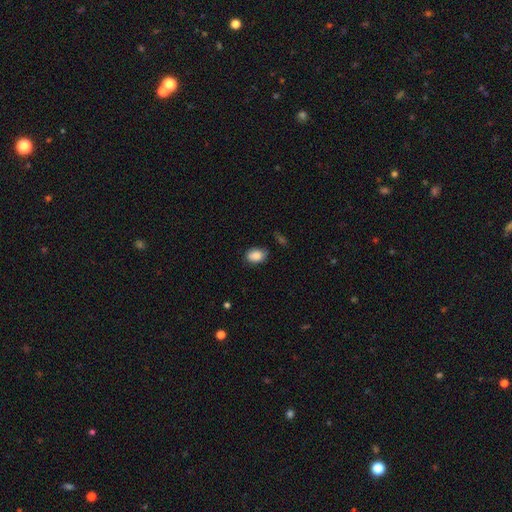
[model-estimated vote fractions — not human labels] The model was most divided on "merging": none: 75%, minor disturbance: 19%, major disturbance: 4%, merger: 2%. More confident: smooth or featured — smooth (87%); how rounded — in between (80%).